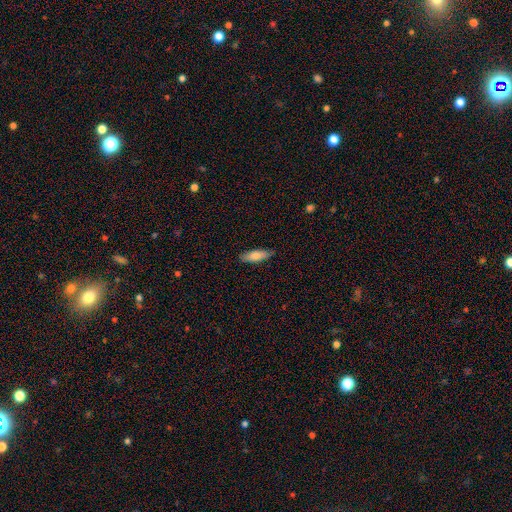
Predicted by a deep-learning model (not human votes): Smooth or featured: smooth — 78% (featured or disk — 16%)
How rounded: in between — 58% (cigar-shaped — 40%)
Merging: none — 84% (minor disturbance — 13%)